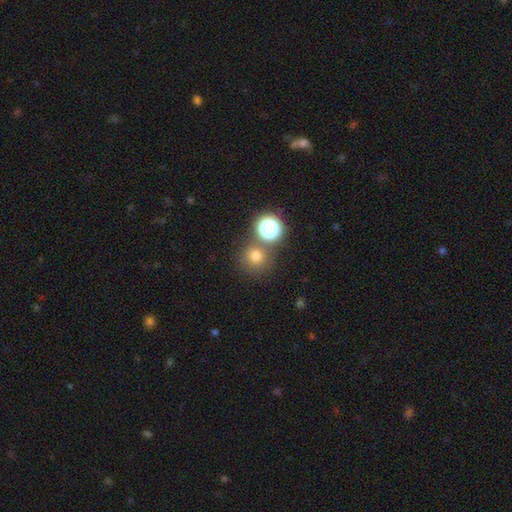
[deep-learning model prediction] The model was most divided on "smooth or featured": smooth: 73%, star or artifact: 19%, featured or disk: 8%. More confident: how rounded — round (91%); merging — none (72%).